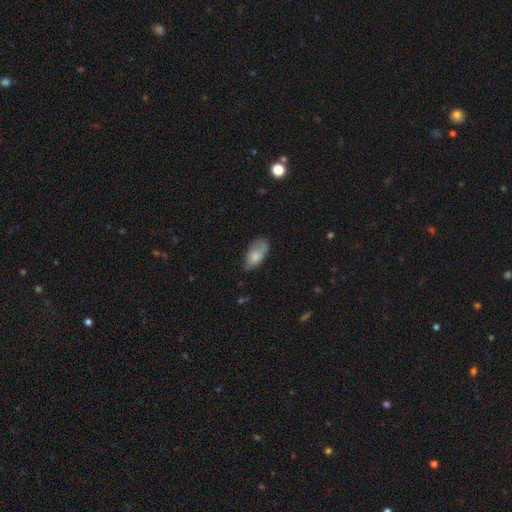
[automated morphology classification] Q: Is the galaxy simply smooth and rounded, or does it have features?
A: smooth — 75%.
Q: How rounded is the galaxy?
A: in between — 93%.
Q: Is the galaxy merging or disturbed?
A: none — 51%.